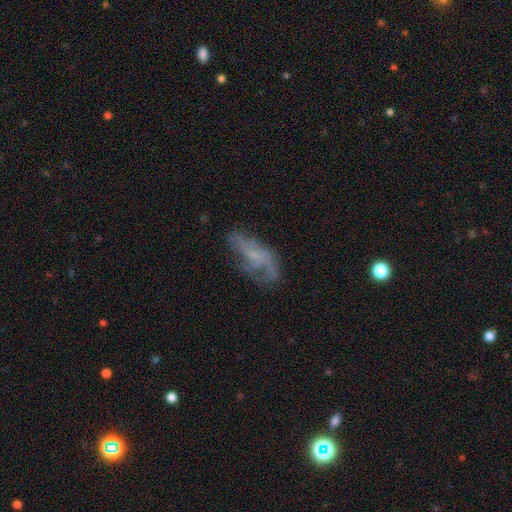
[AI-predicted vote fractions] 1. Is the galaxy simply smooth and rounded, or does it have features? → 66% featured or disk, 24% smooth, 10% star or artifact.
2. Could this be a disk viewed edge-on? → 93% no, 7% yes.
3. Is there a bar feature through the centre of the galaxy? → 66% no, 28% weak, 6% strong.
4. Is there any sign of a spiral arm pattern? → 72% yes, 28% no.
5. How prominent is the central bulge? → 62% small, 23% none, 13% moderate, 1% large, 1% dominant.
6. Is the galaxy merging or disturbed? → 49% none, 24% minor disturbance, 24% major disturbance, 3% merger.